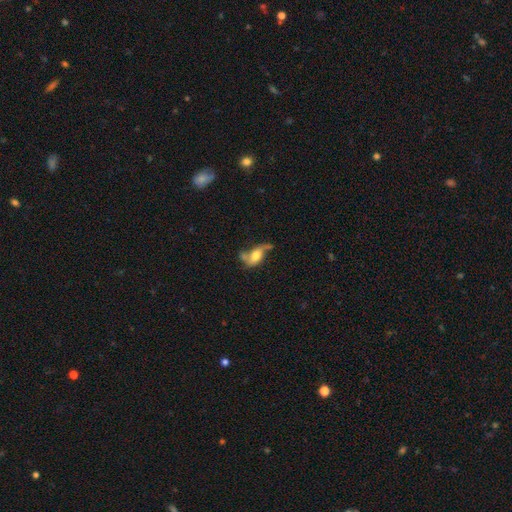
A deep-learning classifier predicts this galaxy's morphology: Smooth or featured: featured or disk — 57% (smooth — 34%)
Edge-on disk: no — 87% (yes — 13%)
Merging: none — 34% (major disturbance — 28%)